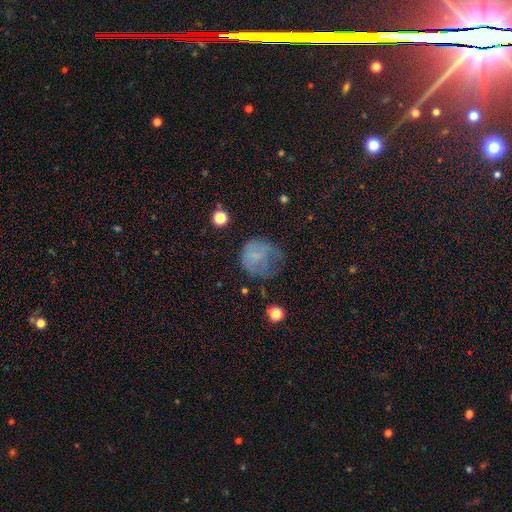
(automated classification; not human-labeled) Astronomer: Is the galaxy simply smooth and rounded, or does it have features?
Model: smooth — 63%.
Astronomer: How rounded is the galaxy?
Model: round — 74%.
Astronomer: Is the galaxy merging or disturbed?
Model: none — 34%, tied with major disturbance at 34%.